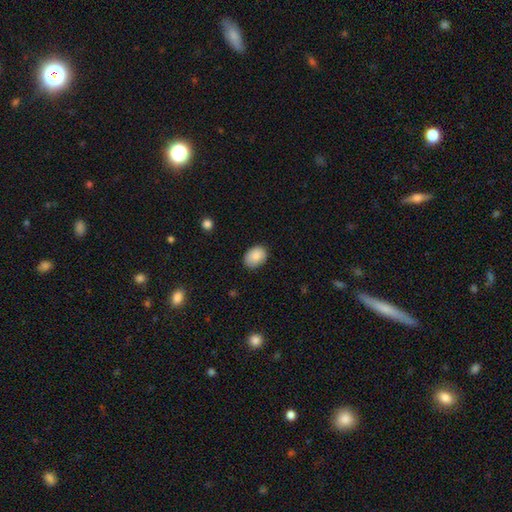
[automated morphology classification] type=smooth (87%); roundness=in between (75%); merging=none (81%).